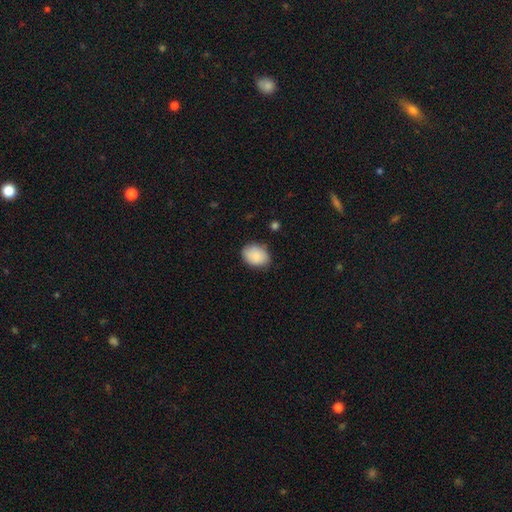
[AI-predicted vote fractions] Q: Smooth or featured?
A: smooth (87%); runner-up: star or artifact (7%)
Q: How rounded?
A: in between (68%); runner-up: round (31%)
Q: Merging?
A: none (76%); runner-up: minor disturbance (19%)